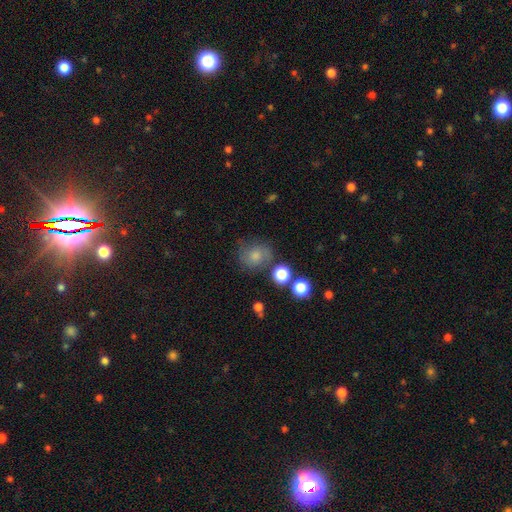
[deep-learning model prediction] A smooth galaxy with no disk features (63%) that is round (77%).

Vote fractions:
- Smooth or featured? smooth: 63% / featured or disk: 25% / star or artifact: 13%
- How rounded? round: 77% / in between: 22% / cigar-shaped: 1%
- Merging? none: 63% / minor disturbance: 21% / major disturbance: 9% / merger: 6%